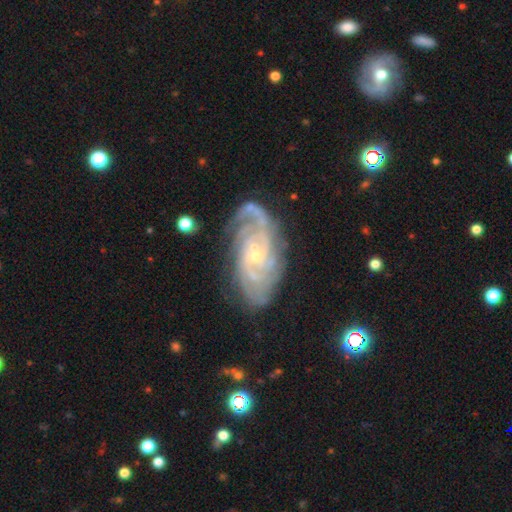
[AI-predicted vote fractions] Smooth or featured? featured or disk (90%)
Edge-on disk? no (96%)
Bar? no (64%)
Spiral arms? yes (98%)
Spiral winding? tight (61%)
Spiral arm count? 2 (29%)
Bulge size? small (78%)
Merging? none (72%)